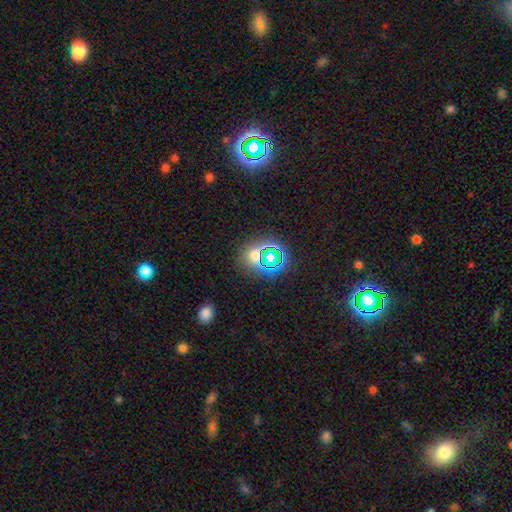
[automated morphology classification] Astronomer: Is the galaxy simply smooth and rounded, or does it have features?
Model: star or artifact — 53% (runner-up: smooth, 37%).